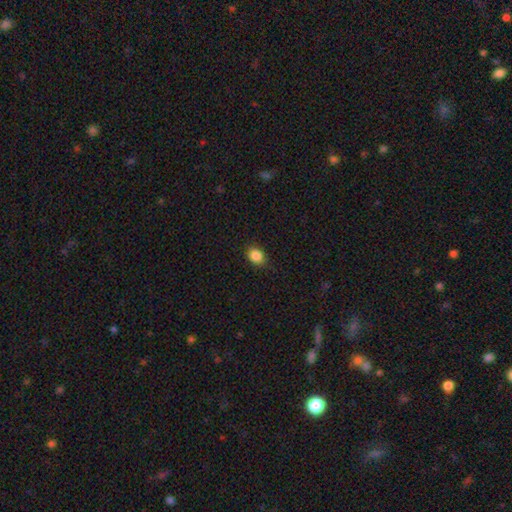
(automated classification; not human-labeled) Overall: smooth (87%). How rounded: in between (52%; round 47%). Merging: none (84%).